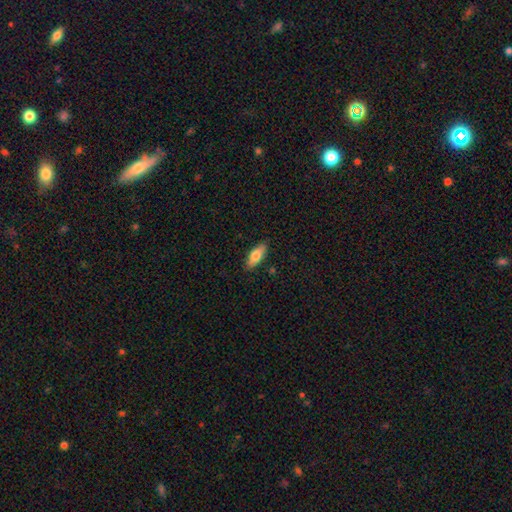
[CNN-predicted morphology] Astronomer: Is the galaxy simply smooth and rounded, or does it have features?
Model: smooth — 72%.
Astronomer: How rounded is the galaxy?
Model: in between — 75%.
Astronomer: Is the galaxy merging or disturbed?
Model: none — 87%.